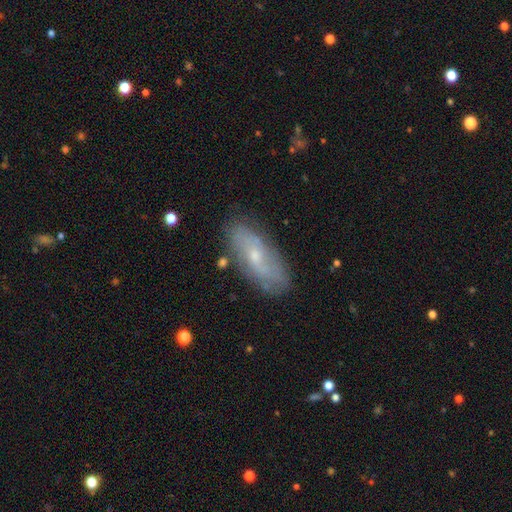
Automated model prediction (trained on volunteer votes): Smooth or featured? featured or disk (57%)
Edge-on disk? no (84%)
Merging? none (79%)